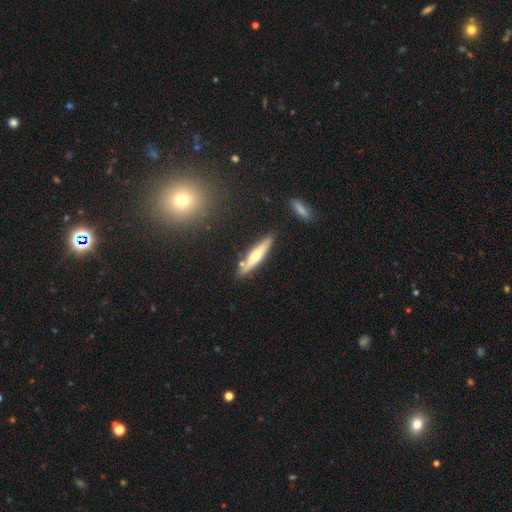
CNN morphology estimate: Smooth or featured? smooth (51%)
How rounded? cigar-shaped (88%)
Merging? none (81%)